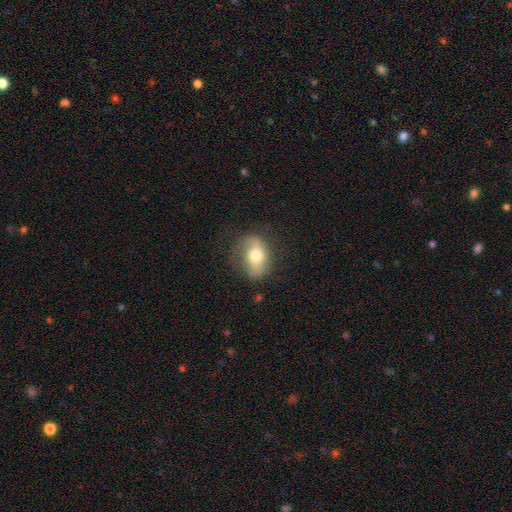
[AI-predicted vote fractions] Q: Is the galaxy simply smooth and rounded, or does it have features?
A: featured or disk — 47%.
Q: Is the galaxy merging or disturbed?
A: none — 72%.